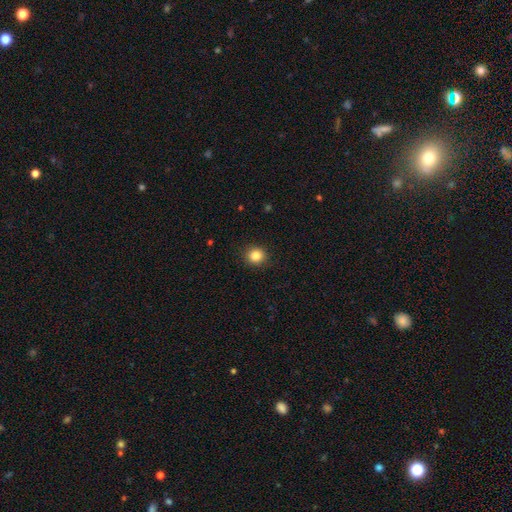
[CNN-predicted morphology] Smooth or featured? smooth (85%)
How rounded? round (88%)
Merging? none (91%)